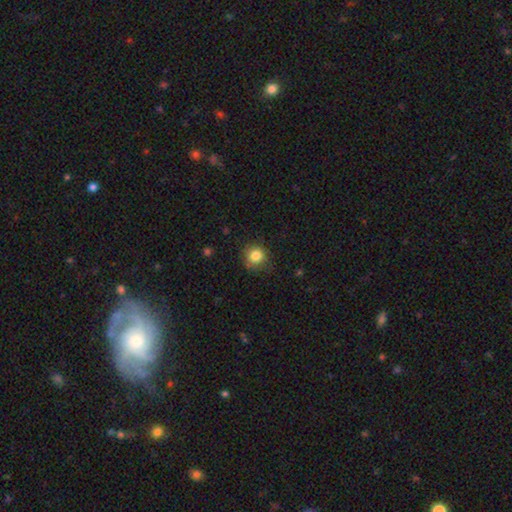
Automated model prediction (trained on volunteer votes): Smooth or featured?
  - smooth: 83% *
  - star or artifact: 11%
  - featured or disk: 6%
How rounded?
  - round: 90% *
  - in between: 9%
  - cigar-shaped: 1%
Merging?
  - none: 81% *
  - minor disturbance: 15%
  - major disturbance: 4%
  - merger: 1%